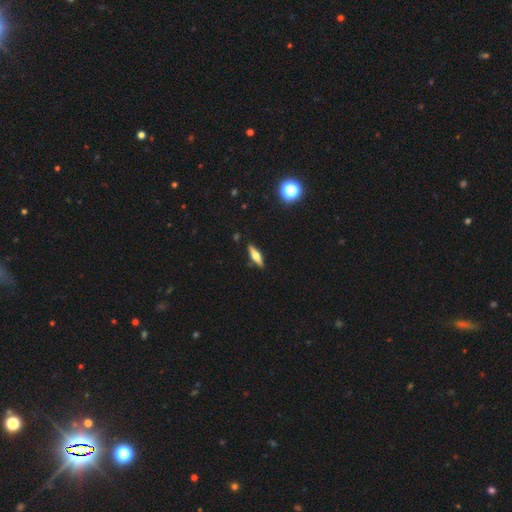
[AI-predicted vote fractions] smooth-or-featured: featured or disk: 47% | smooth: 46% | star or artifact: 8%
  merging: none: 88% | minor disturbance: 9% | major disturbance: 2% | merger: 1%